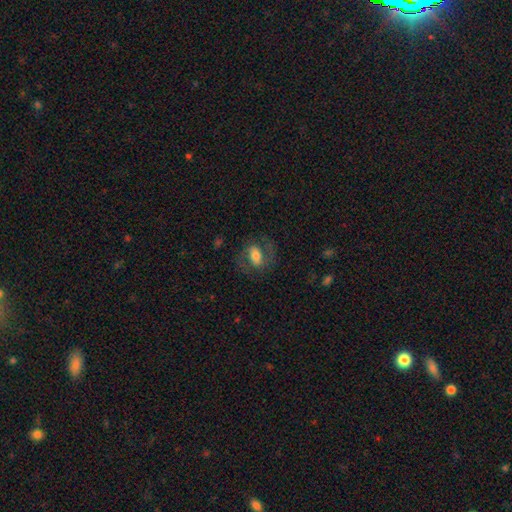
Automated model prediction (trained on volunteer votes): Q: Smooth or featured?
A: smooth (48%); runner-up: featured or disk (44%)
Q: Merging?
A: none (68%); runner-up: minor disturbance (16%)